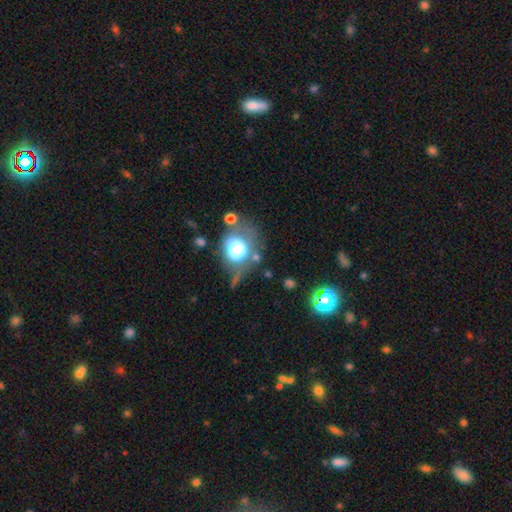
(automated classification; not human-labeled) This appears to be a smooth galaxy with no disk features (62%) that is round (67%). Merging: none (49%).